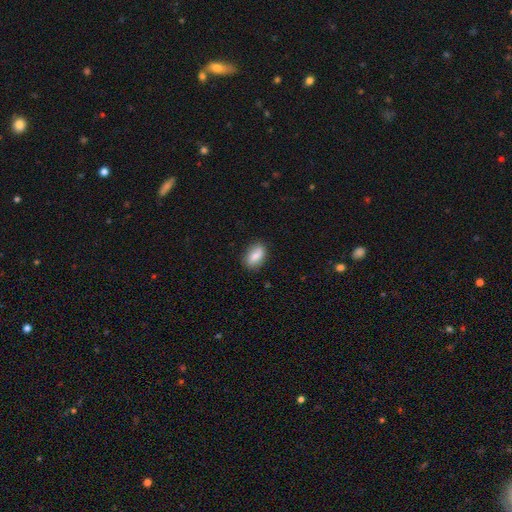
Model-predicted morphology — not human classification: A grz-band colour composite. It shows a smooth galaxy with no disk features (81%) that is in between round and cigar-shaped (88%). Merging: none (83%).